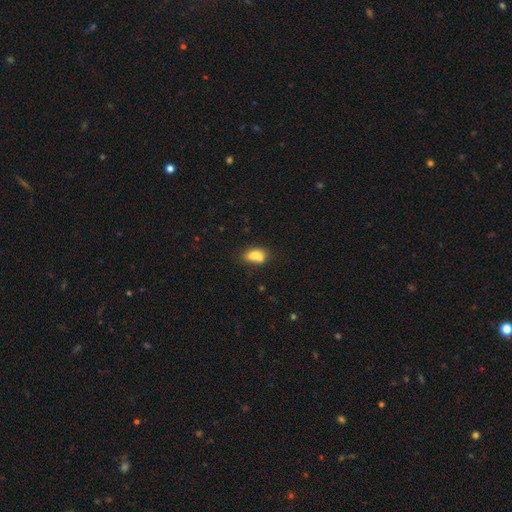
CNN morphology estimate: smooth-or-featured: smooth: 73% | featured or disk: 18% | star or artifact: 10%
  how-rounded: in between: 75% | round: 22% | cigar-shaped: 3%
  merging: merger: 44% | none: 35% | minor disturbance: 15% | major disturbance: 6%